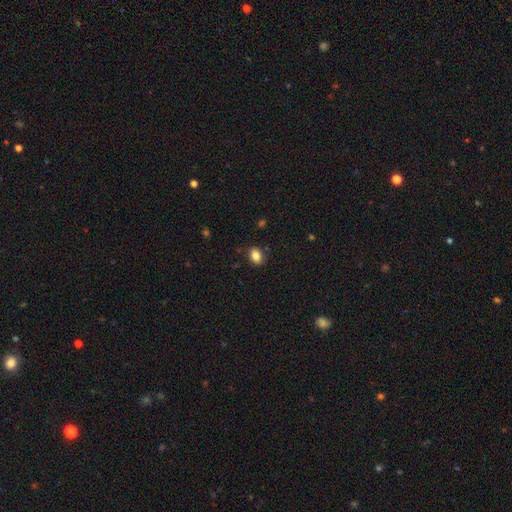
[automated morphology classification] Smooth or featured? Predicted: smooth (p=0.85). How rounded? Predicted: in between (p=0.72). Merging? Predicted: none (p=0.86).